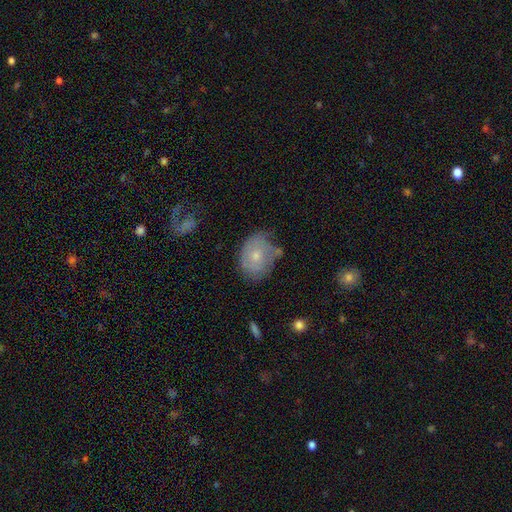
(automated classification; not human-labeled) Q: Smooth or featured?
A: smooth (53%); runner-up: featured or disk (39%)
Q: How rounded?
A: in between (59%); runner-up: round (40%)
Q: Merging?
A: none (53%); runner-up: minor disturbance (31%)